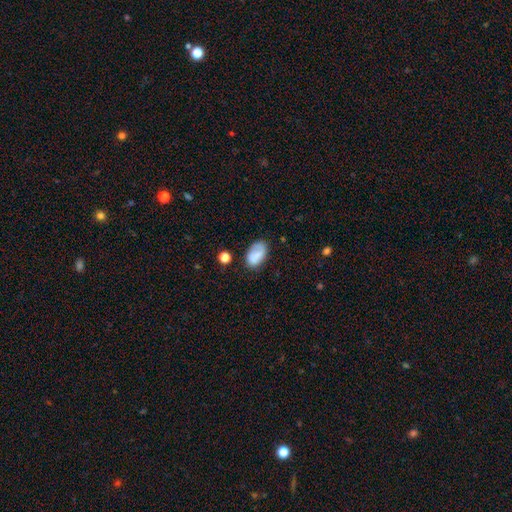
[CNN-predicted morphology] smooth 79%, featured or disk 13%, star or artifact 8%. Down the decision tree: how rounded — in between (91%); merging — none (68%).